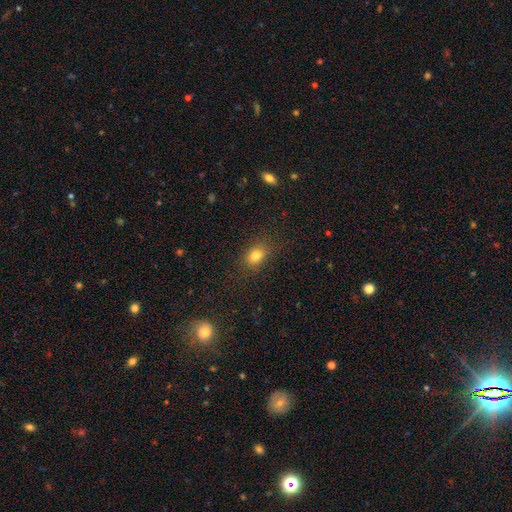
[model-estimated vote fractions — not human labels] This is likely a smooth galaxy (79%). How rounded: possibly in between (57%). Merging: clearly none (82%).